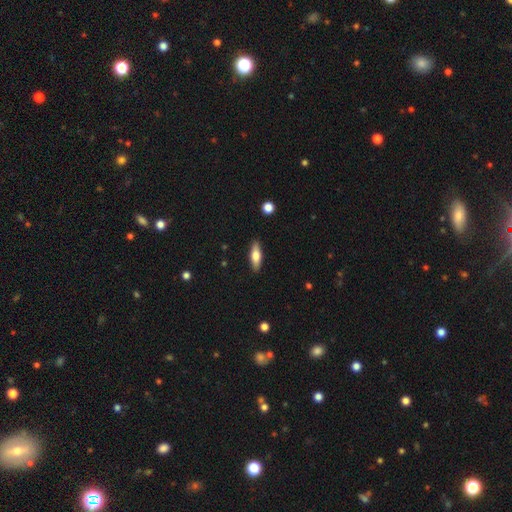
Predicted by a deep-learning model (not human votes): Smooth or featured: smooth — 65% (featured or disk — 29%)
How rounded: in between — 52% (cigar-shaped — 46%)
Merging: none — 89% (minor disturbance — 8%)